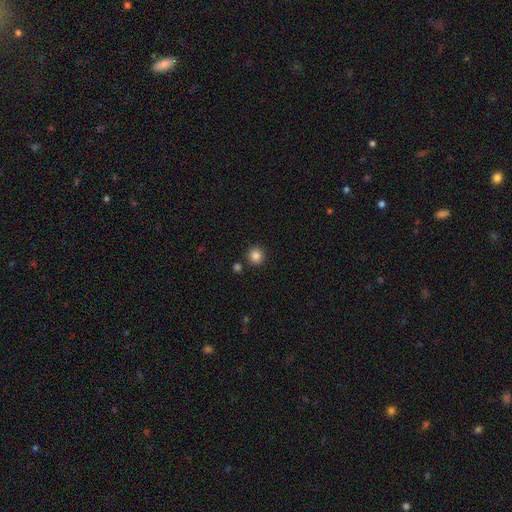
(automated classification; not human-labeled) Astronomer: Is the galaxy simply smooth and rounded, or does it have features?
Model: smooth — 85%.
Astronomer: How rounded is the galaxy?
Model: round — 93%.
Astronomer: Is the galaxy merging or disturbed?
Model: none — 87%.